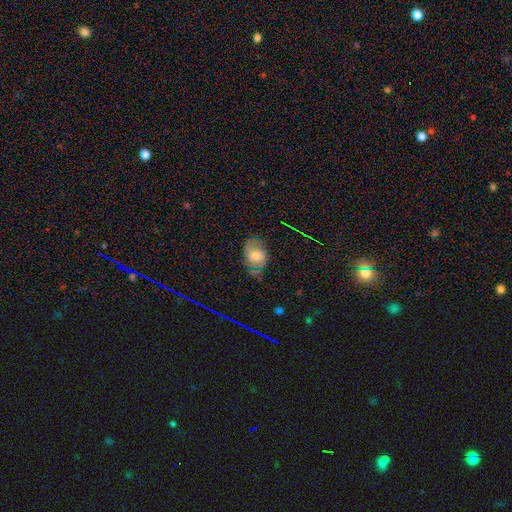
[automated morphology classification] smooth_or_featured: smooth (p=0.50) [alt: featured or disk p=0.37]
how_rounded: in between (p=0.74) [alt: round p=0.25]
merging: none (p=0.63) [alt: minor disturbance p=0.27]